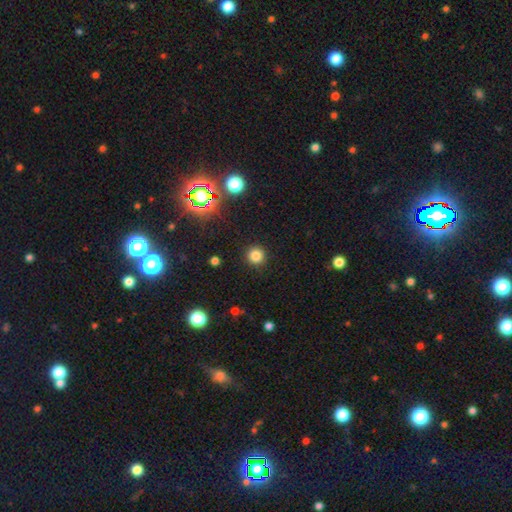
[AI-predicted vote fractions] The model was most divided on "smooth or featured": smooth: 80%, star or artifact: 15%, featured or disk: 4%. More confident: how rounded — round (95%); merging — none (91%).